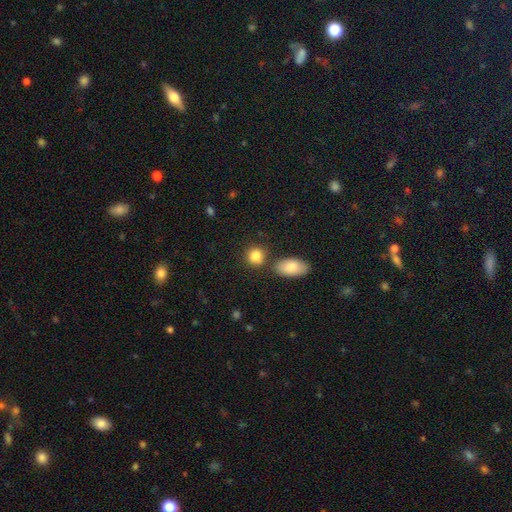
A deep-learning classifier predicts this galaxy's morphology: smooth 85%, star or artifact 8%, featured or disk 6%. Down the decision tree: how rounded — round (70%); merging — none (69%).